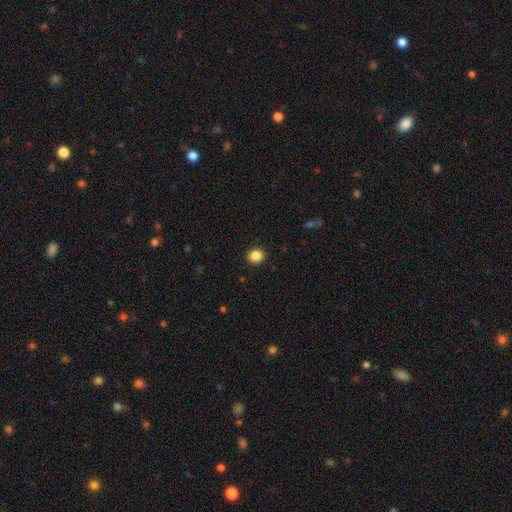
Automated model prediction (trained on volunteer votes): smooth 86%, star or artifact 10%, featured or disk 4%. Down the decision tree: how rounded — round (77%); merging — none (91%).